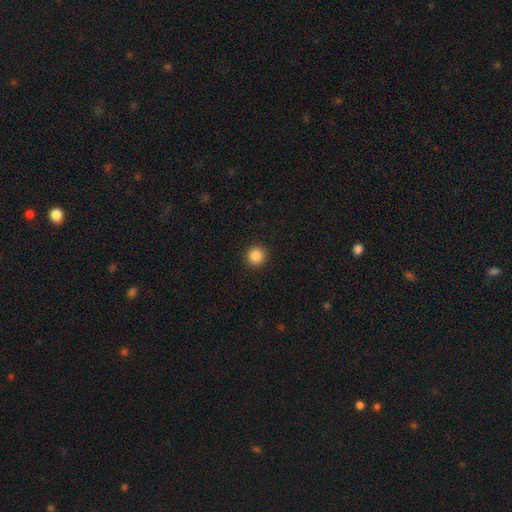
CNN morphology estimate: Smooth or featured? smooth (87%)
How rounded? round (94%)
Merging? none (92%)